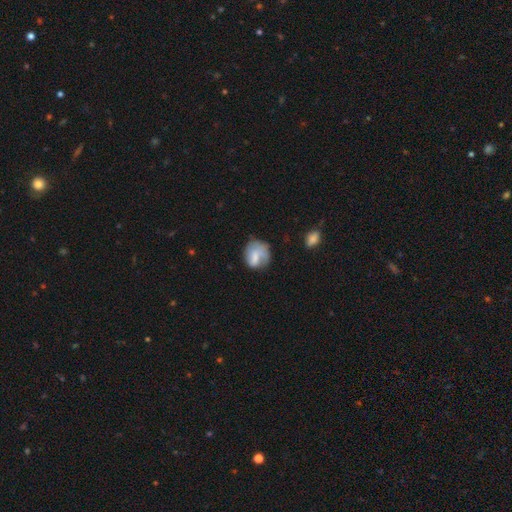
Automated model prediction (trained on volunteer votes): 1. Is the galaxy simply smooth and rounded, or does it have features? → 58% smooth, 34% featured or disk, 8% star or artifact.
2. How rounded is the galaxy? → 63% round, 35% in between, 1% cigar-shaped.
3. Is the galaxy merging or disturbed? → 47% none, 28% minor disturbance, 22% major disturbance, 4% merger.